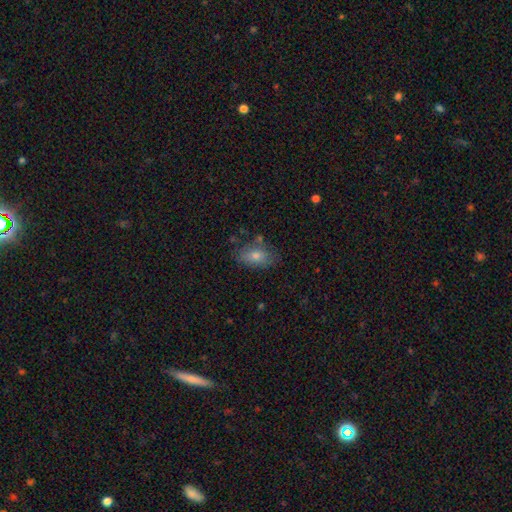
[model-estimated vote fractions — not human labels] Overall: smooth (72%). How rounded: in between (87%). Merging: none (73%).